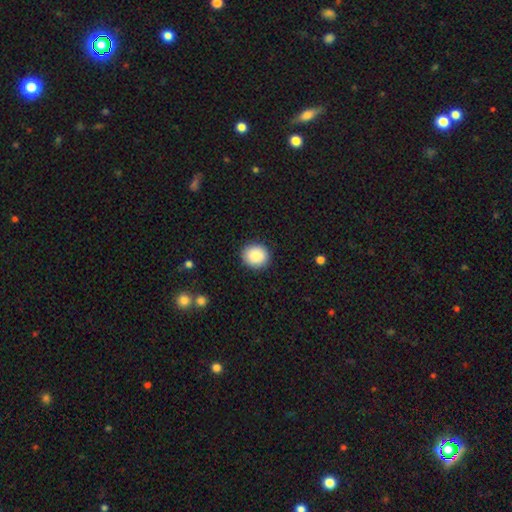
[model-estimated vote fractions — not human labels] Q: Smooth or featured?
A: smooth (87%); runner-up: star or artifact (8%)
Q: How rounded?
A: round (84%); runner-up: in between (15%)
Q: Merging?
A: none (91%); runner-up: minor disturbance (6%)